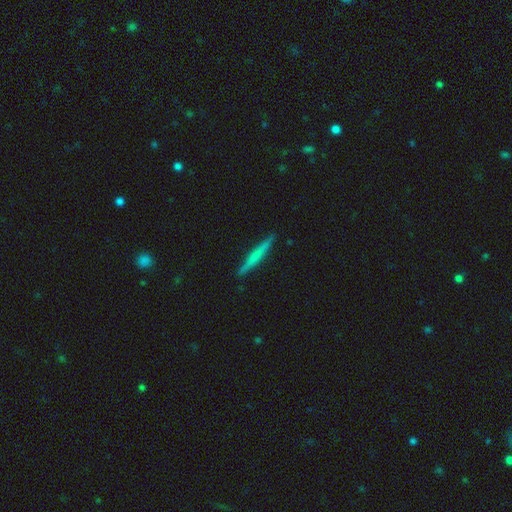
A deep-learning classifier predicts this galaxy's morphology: smooth 52%, featured or disk 42%, star or artifact 6%. Down the decision tree: how rounded — cigar-shaped (96%); merging — none (90%).